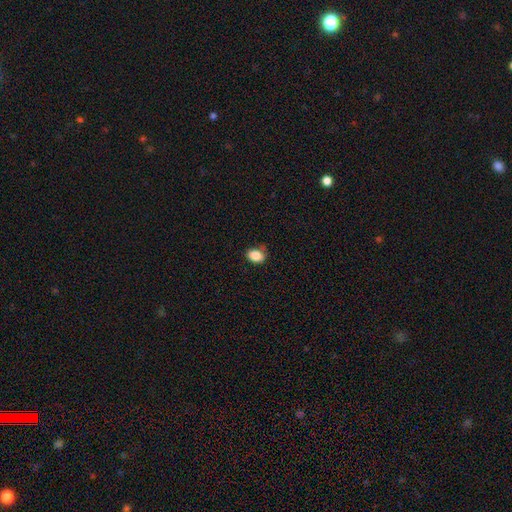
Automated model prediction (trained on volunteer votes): Smooth or featured? Predicted: smooth (p=0.85). How rounded? Predicted: in between (p=0.69). Merging? Predicted: none (p=0.67).